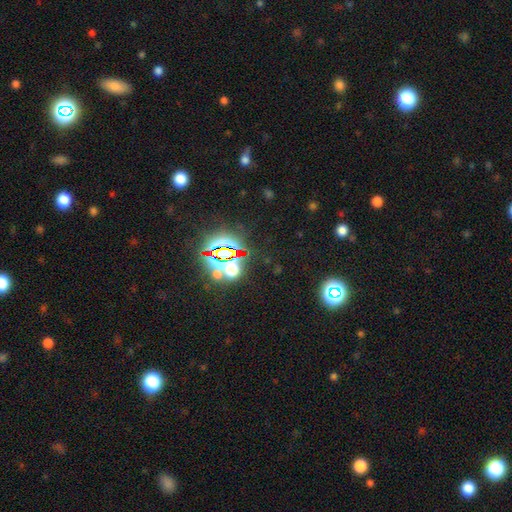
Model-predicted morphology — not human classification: type=star or artifact (80%).